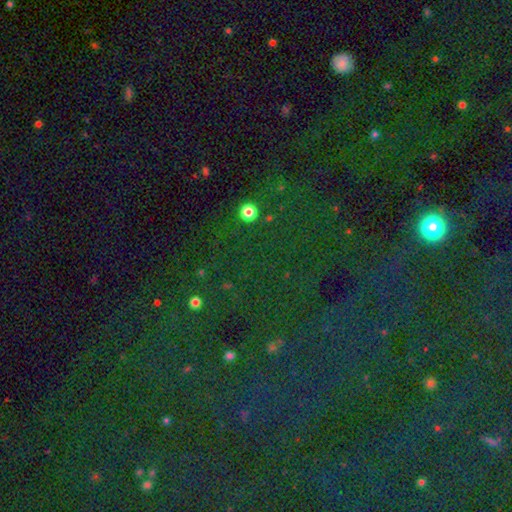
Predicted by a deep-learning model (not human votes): A star or artifact, not a galaxy (78%).